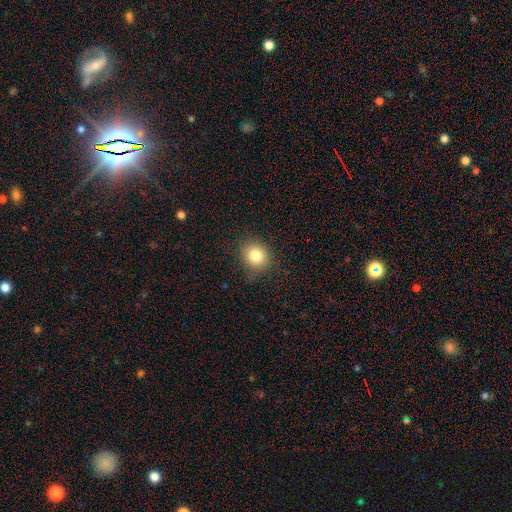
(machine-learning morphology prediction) smooth 81%, star or artifact 11%, featured or disk 8%. Down the decision tree: how rounded — round (76%); merging — none (83%).